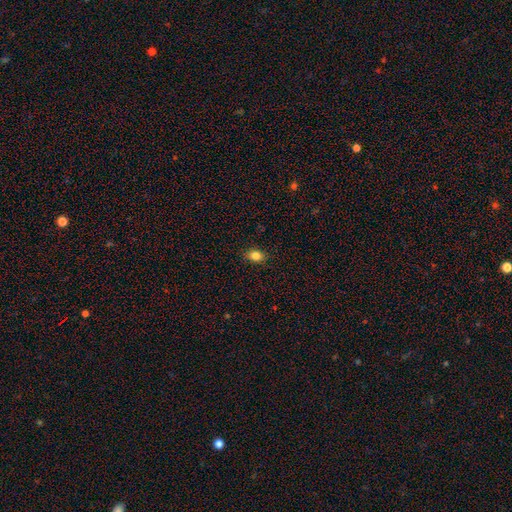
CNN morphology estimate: Overall: smooth (83%). How rounded: in between (60%; round 39%). Merging: none (89%).